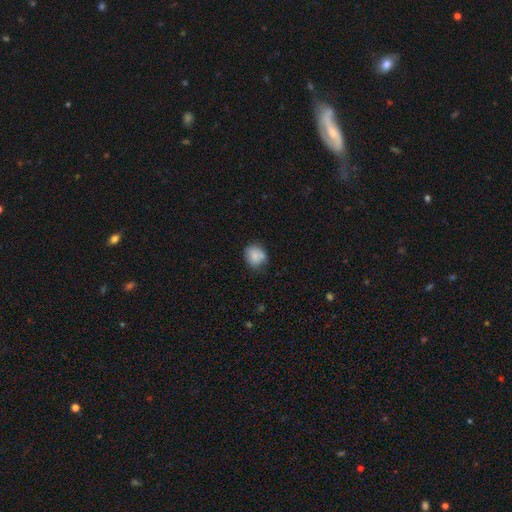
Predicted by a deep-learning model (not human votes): A smooth galaxy with no disk features (80%) that is round (67%). Merging: none (60%).